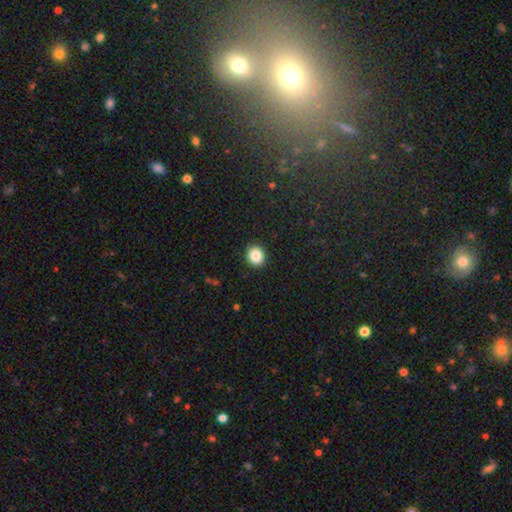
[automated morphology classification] A smooth galaxy with no disk features (87%) that is round (76%).

Vote fractions:
- Smooth or featured? smooth: 87% / star or artifact: 9% / featured or disk: 4%
- How rounded? round: 76% / in between: 23% / cigar-shaped: 1%
- Merging? none: 92% / minor disturbance: 6% / major disturbance: 2% / merger: 1%